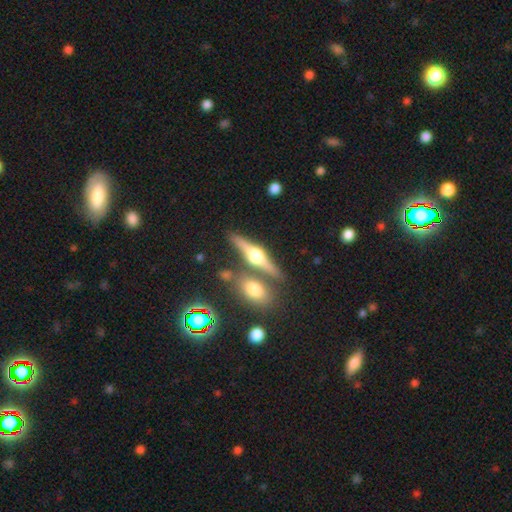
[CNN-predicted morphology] A featured or disk galaxy (73%) viewed edge-on (95%) with a rounded central bulge (95%).

Vote fractions:
- Smooth or featured? featured or disk: 73% / smooth: 20% / star or artifact: 7%
- Edge-on disk? yes: 95% / no: 5%
- Edge-on bulge? rounded: 95% / boxy: 3% / none: 1%
- Merging? none: 72% / merger: 15% / minor disturbance: 9% / major disturbance: 3%